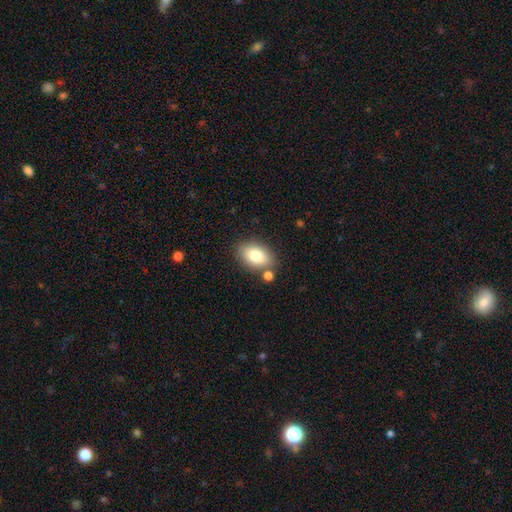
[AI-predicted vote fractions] A smooth galaxy with no disk features (81%) that is in between round and cigar-shaped (87%). Merging: none (75%).